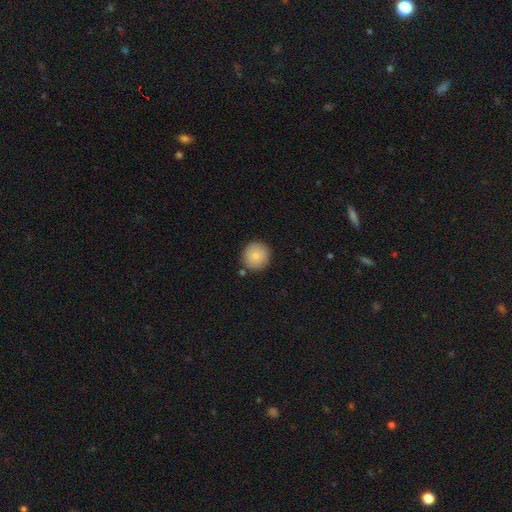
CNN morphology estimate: type=smooth (83%); roundness=round (93%); merging=none (85%).